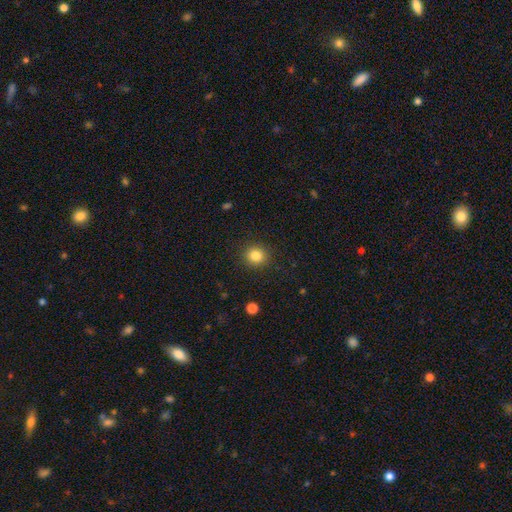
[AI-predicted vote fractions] Morphology: type=smooth (83%); roundness=round (90%); merging=none (91%).